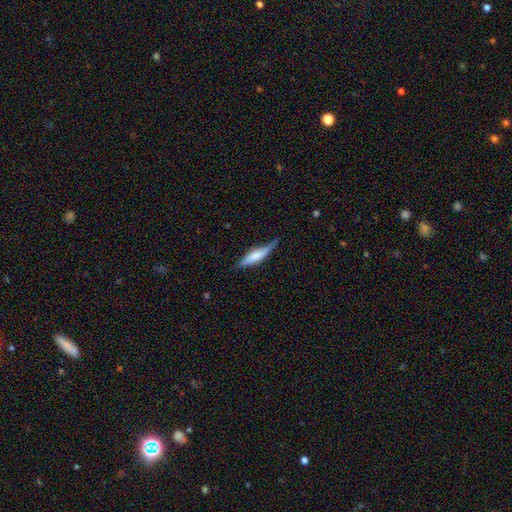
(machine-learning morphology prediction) smooth_or_featured: smooth (p=0.50) [alt: featured or disk p=0.44]
merging: none (p=0.64) [alt: minor disturbance p=0.28]